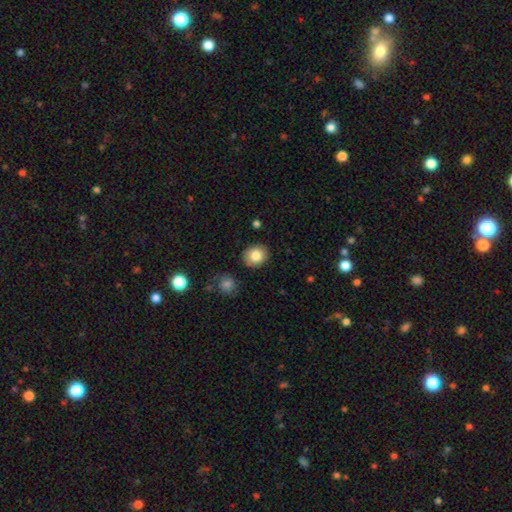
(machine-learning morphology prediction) Smooth or featured? smooth (83%)
How rounded? round (72%)
Merging? none (88%)